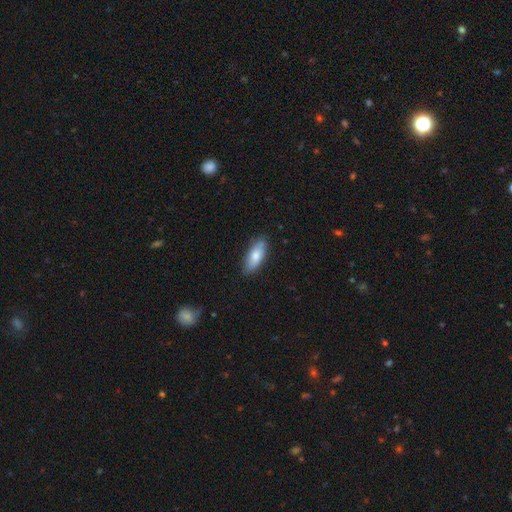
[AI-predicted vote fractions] A smooth galaxy with no disk features (76%) that is in between round and cigar-shaped (74%).

Vote fractions:
- Smooth or featured? smooth: 76% / featured or disk: 18% / star or artifact: 6%
- How rounded? in between: 74% / cigar-shaped: 24% / round: 2%
- Merging? none: 84% / minor disturbance: 13% / major disturbance: 2% / merger: 1%